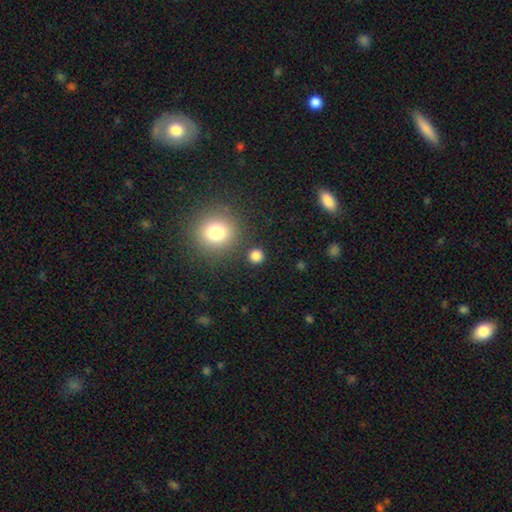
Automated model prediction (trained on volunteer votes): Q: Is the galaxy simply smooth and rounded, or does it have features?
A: smooth — 81%.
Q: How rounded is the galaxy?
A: round — 92%.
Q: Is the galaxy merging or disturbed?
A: none — 86%.